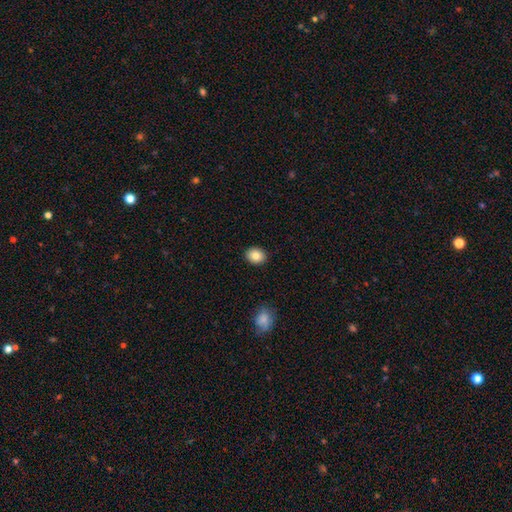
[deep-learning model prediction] Smooth or featured? Predicted: smooth (p=0.84). How rounded? Predicted: round (p=0.57). Merging? Predicted: none (p=0.90).